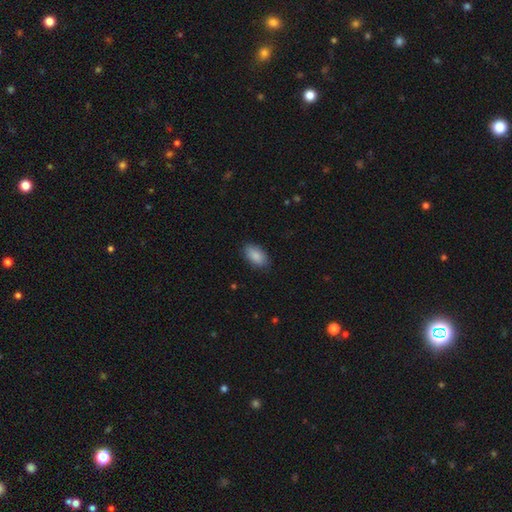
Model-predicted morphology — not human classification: The model was most divided on "merging": none: 84%, minor disturbance: 12%, major disturbance: 3%, merger: 1%. More confident: how rounded — in between (94%); smooth or featured — smooth (88%).